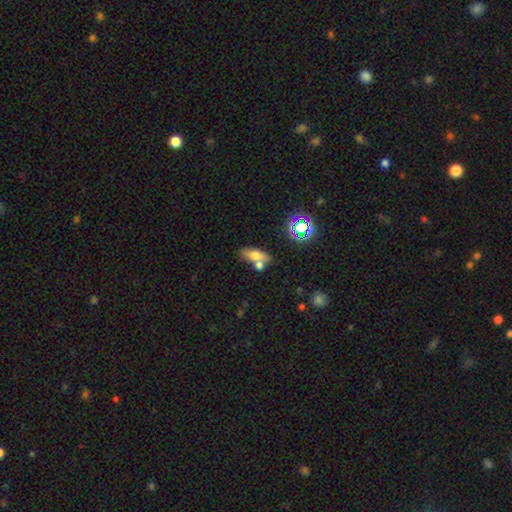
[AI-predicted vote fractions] smooth-or-featured: smooth: 62% | featured or disk: 22% | star or artifact: 15%
  how-rounded: in between: 73% | cigar-shaped: 18% | round: 9%
  merging: none: 47% | merger: 35% | minor disturbance: 13% | major disturbance: 5%